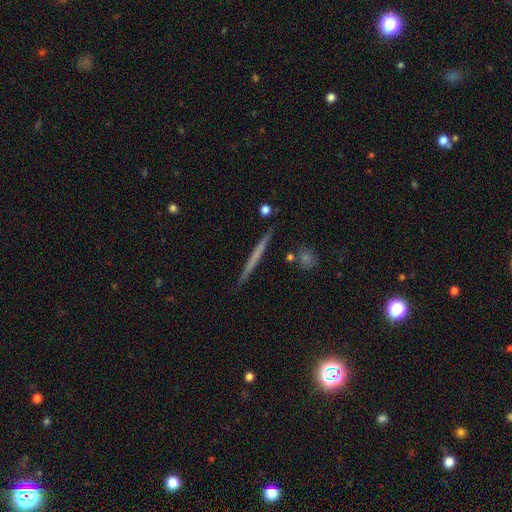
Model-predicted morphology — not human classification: A featured or disk galaxy (51%) viewed edge-on (97%).

Vote fractions:
- Smooth or featured? featured or disk: 51% / smooth: 42% / star or artifact: 6%
- Edge-on disk? yes: 97% / no: 3%
- Merging? none: 91% / minor disturbance: 6% / merger: 2% / major disturbance: 1%